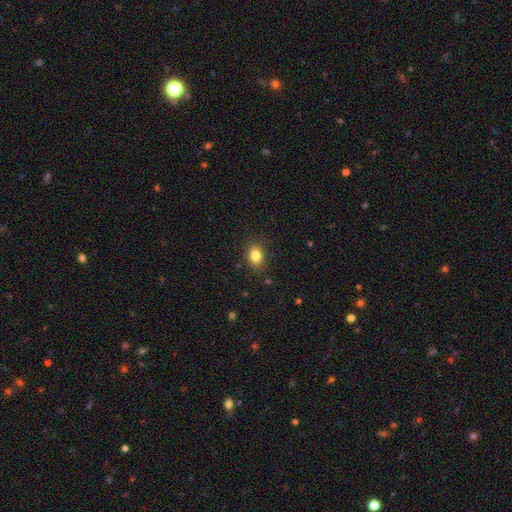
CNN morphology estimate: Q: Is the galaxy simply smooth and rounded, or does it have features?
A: smooth — 82%.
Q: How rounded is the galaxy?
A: in between — 69%.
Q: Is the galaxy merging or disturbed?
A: none — 85%.